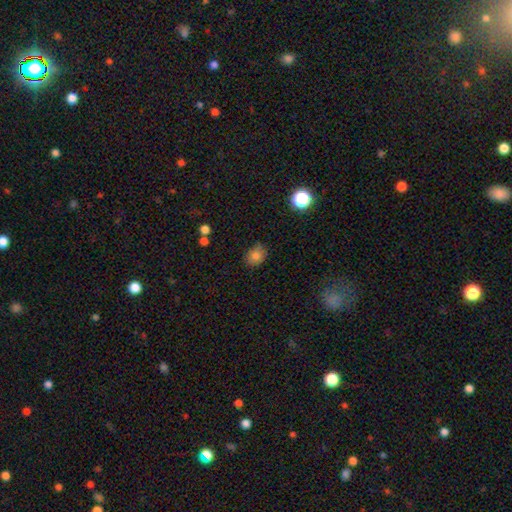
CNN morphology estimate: Smooth or featured: smooth — 80% (star or artifact — 11%)
How rounded: in between — 57% (round — 42%)
Merging: none — 75% (minor disturbance — 19%)